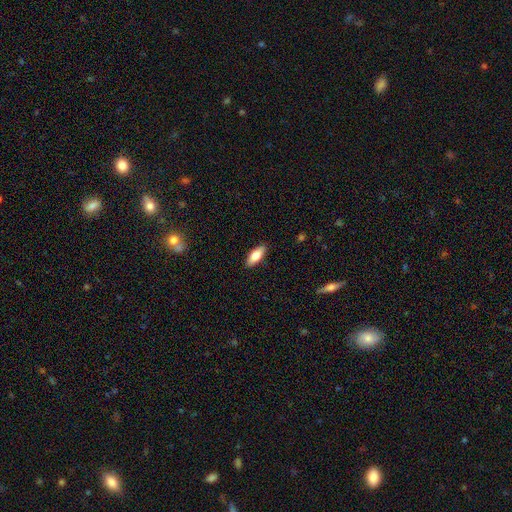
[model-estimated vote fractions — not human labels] Morphology: type=smooth (75%); roundness=in between (76%); merging=none (89%).